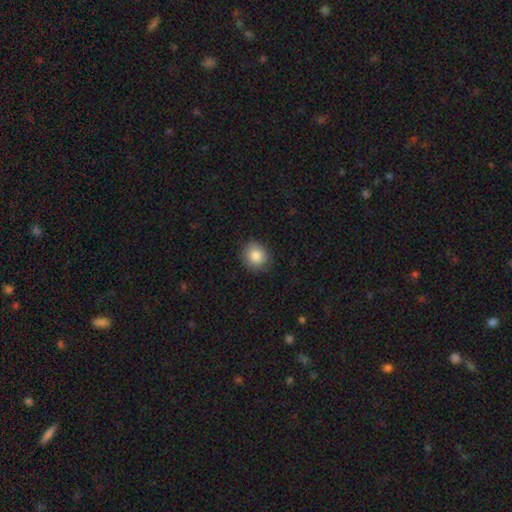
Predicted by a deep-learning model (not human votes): smooth 84%, star or artifact 8%, featured or disk 7%. Down the decision tree: how rounded — round (77%); merging — none (85%).